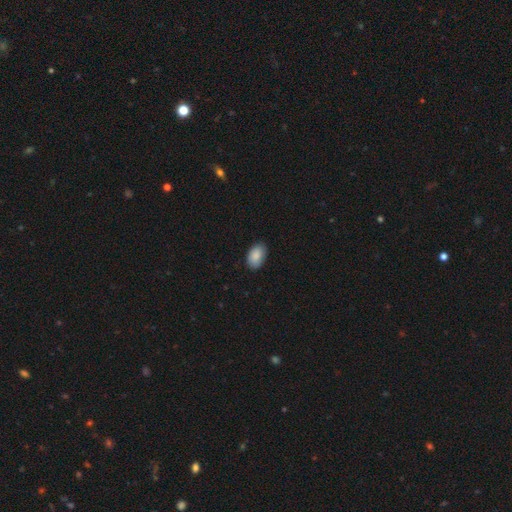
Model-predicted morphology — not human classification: A smooth galaxy with no disk features (88%) that is in between round and cigar-shaped (92%).

Vote fractions:
- Smooth or featured? smooth: 88% / star or artifact: 7% / featured or disk: 5%
- How rounded? in between: 92% / round: 6% / cigar-shaped: 1%
- Merging? none: 84% / minor disturbance: 13% / major disturbance: 2% / merger: 1%